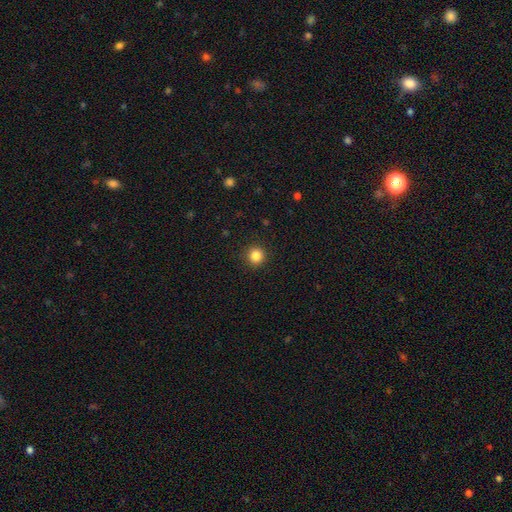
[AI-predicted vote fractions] This appears to be a smooth galaxy with no disk features (85%) that is round (93%). Merging: none (92%).